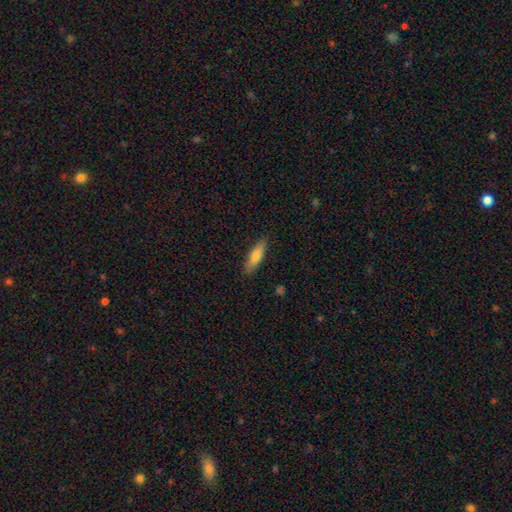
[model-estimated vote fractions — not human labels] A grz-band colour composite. It shows a smooth galaxy with no disk features (77%) that is cigar-shaped (55%). Merging: none (86%).